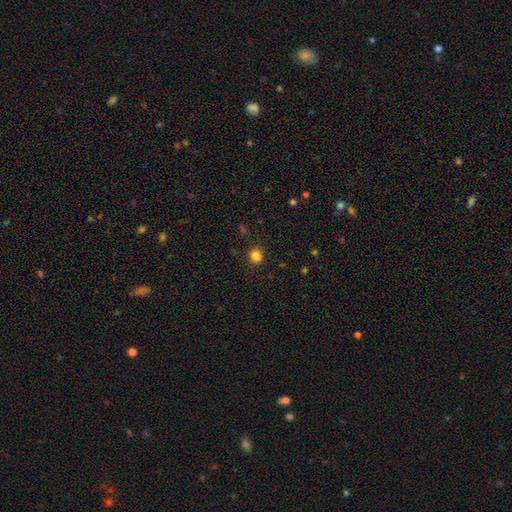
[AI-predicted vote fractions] Morphology: type=smooth (83%); roundness=round (78%); merging=none (87%).